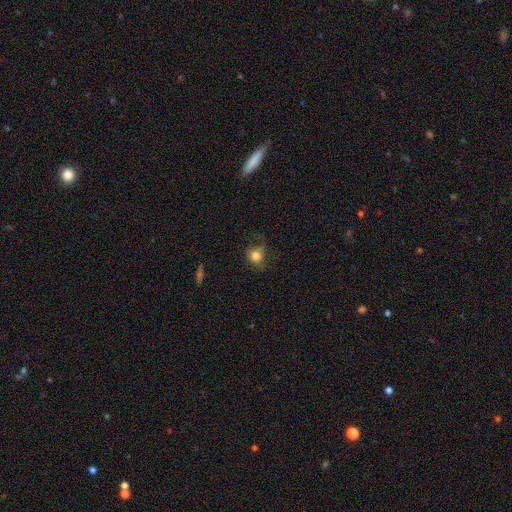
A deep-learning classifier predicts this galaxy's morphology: type=smooth (74%); roundness=round (71%); merging=none (50%).